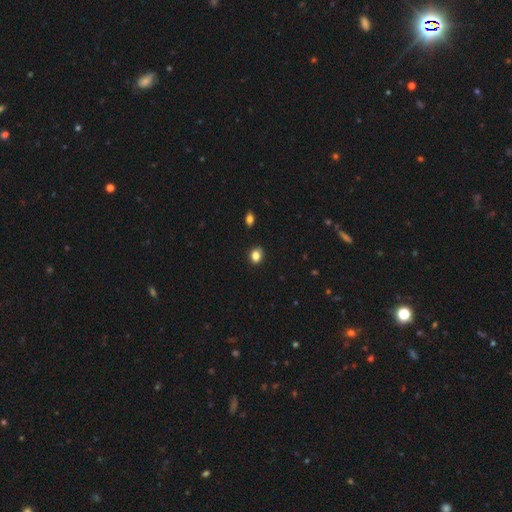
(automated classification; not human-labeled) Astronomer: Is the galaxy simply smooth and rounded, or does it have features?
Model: smooth — 83%.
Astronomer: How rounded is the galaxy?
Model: in between — 53% (runner-up: round, 46%).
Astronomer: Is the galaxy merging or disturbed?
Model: none — 87%.